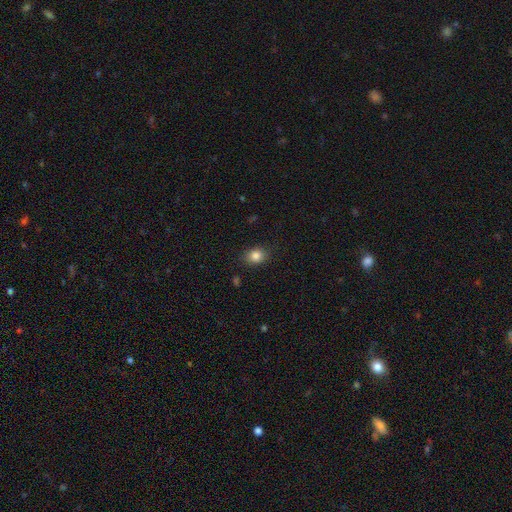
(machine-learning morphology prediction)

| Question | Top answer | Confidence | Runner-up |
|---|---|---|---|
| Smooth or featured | smooth | 84% | star or artifact (10%) |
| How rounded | in between | 51% | round (48%) |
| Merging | none | 83% | minor disturbance (13%) |